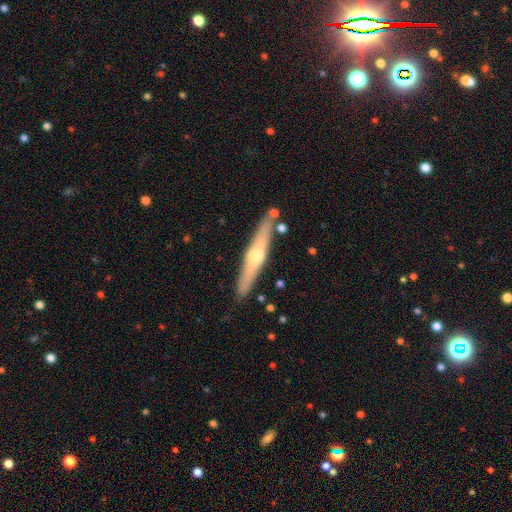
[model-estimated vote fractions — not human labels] Overall: featured or disk (61%; smooth 33%). Edge-on disk: yes (94%). Edge-on bulge: rounded (88%). Merging: none (85%).